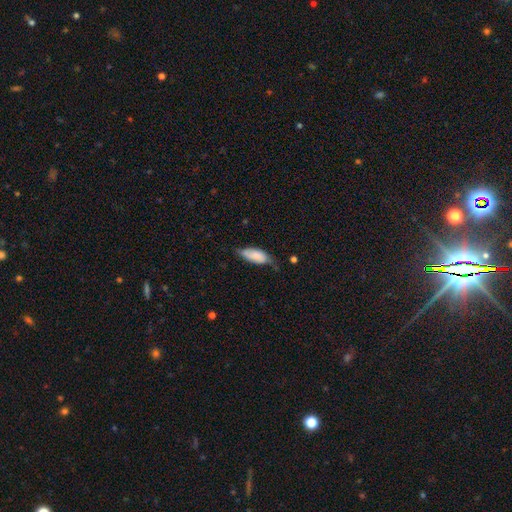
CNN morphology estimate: A smooth galaxy with no disk features (78%) that is in between round and cigar-shaped (81%).

Vote fractions:
- Smooth or featured? smooth: 78% / featured or disk: 16% / star or artifact: 6%
- How rounded? in between: 81% / cigar-shaped: 17% / round: 2%
- Merging? none: 44% / minor disturbance: 42% / major disturbance: 12% / merger: 3%